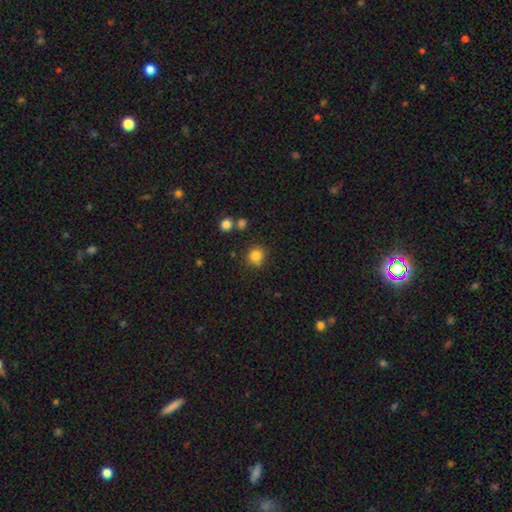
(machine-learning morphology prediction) This appears to be a smooth galaxy with no disk features (83%) that is round (88%). Merging: none (81%).